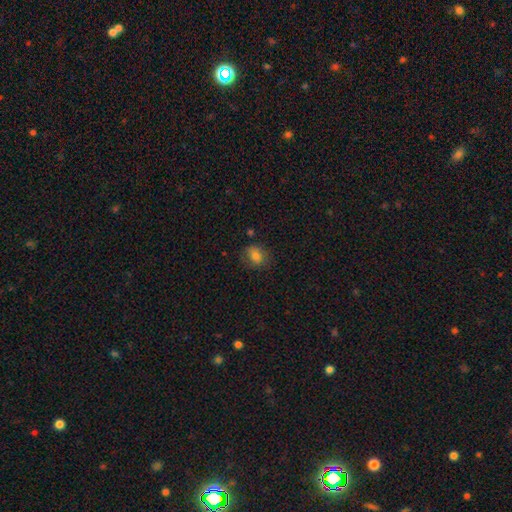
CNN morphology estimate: Overall: smooth (78%). How rounded: in between (50%; round 49%). Merging: none (75%).